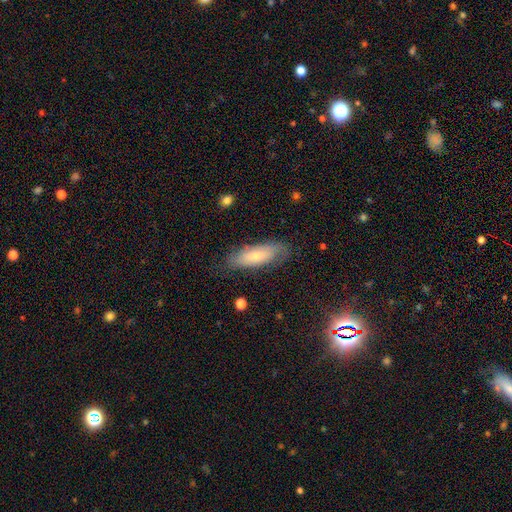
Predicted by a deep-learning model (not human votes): Q: Smooth or featured?
A: smooth (53%); runner-up: featured or disk (38%)
Q: How rounded?
A: in between (61%); runner-up: cigar-shaped (37%)
Q: Merging?
A: none (73%); runner-up: minor disturbance (20%)